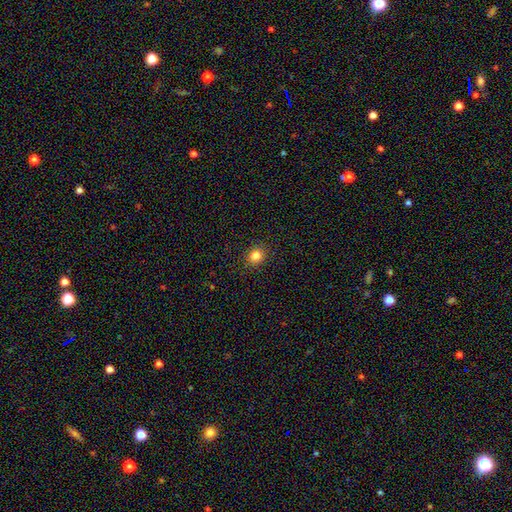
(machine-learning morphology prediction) Smooth or featured? smooth (83%)
How rounded? round (79%)
Merging? none (91%)